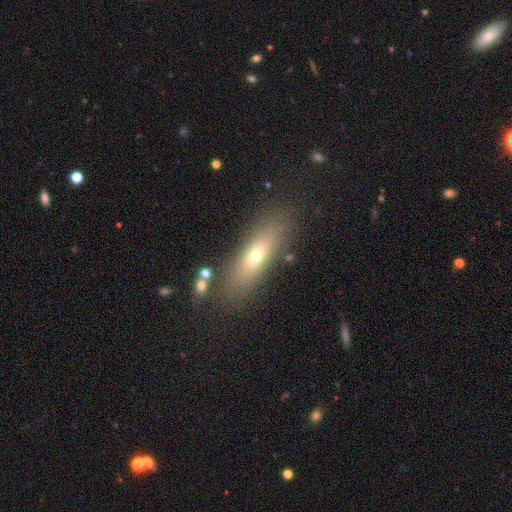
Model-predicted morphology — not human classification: Smooth or featured?
  - smooth: 63% *
  - featured or disk: 27%
  - star or artifact: 10%
How rounded?
  - cigar-shaped: 54% *
  - in between: 42%
  - round: 3%
Merging?
  - none: 82% *
  - minor disturbance: 11%
  - major disturbance: 4%
  - merger: 3%